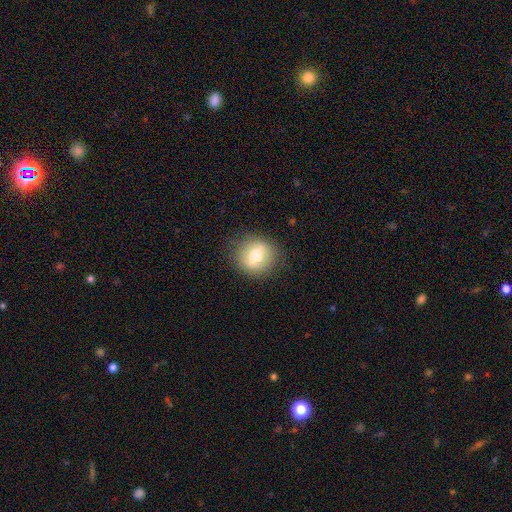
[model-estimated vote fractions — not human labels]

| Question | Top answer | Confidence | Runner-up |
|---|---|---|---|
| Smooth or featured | smooth | 63% | featured or disk (27%) |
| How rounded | round | 86% | in between (13%) |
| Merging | none | 85% | minor disturbance (10%) |